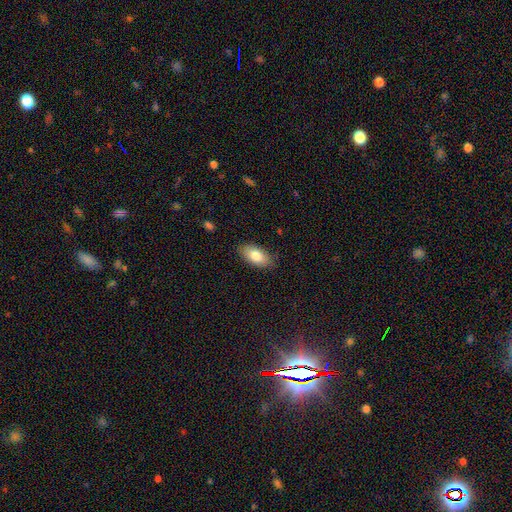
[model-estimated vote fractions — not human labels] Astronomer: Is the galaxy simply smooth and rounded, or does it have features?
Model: smooth — 80%.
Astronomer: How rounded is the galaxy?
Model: in between — 92%.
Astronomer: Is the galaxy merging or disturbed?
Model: none — 85%.